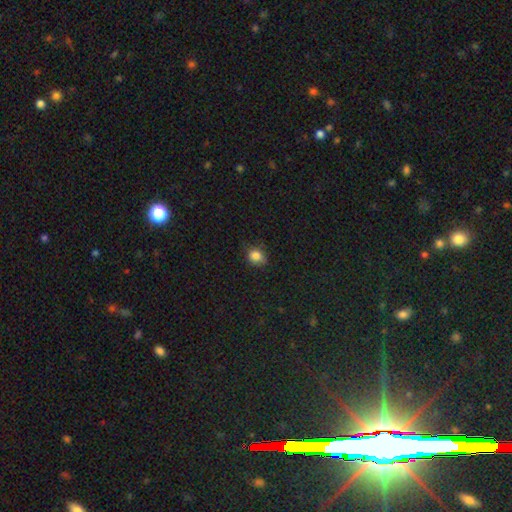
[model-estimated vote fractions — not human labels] smooth_or_featured: smooth (p=0.84) [alt: star or artifact p=0.11]
how_rounded: round (p=0.56) [alt: in between p=0.43]
merging: none (p=0.68) [alt: minor disturbance p=0.26]